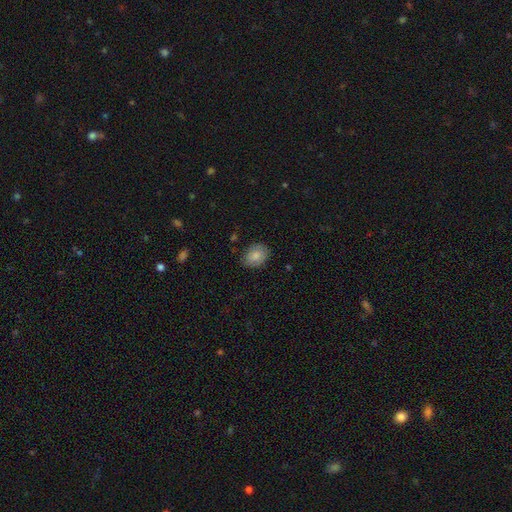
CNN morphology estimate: A smooth galaxy with no disk features (81%) that is in between round and cigar-shaped (68%). Merging: none (81%).